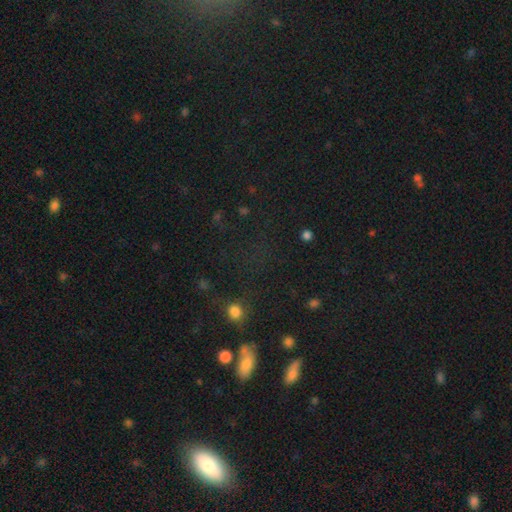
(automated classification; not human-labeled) Smooth or featured? star or artifact (60%)